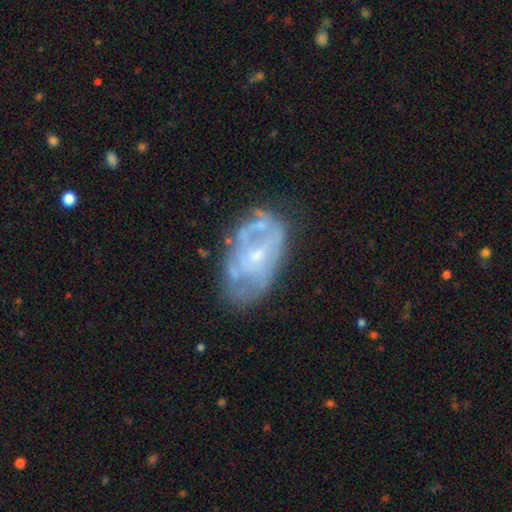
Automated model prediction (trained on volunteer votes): Smooth or featured?
  - featured or disk: 68% *
  - smooth: 24%
  - star or artifact: 8%
Edge-on disk?
  - no: 96% *
  - yes: 4%
Bar?
  - no: 62% *
  - weak: 32%
  - strong: 6%
Spiral arms?
  - no: 55% *
  - yes: 45%
Bulge size?
  - small: 54% *
  - moderate: 30%
  - none: 13%
  - large: 2%
  - dominant: 1%
Merging?
  - none: 53% *
  - minor disturbance: 26%
  - major disturbance: 17%
  - merger: 5%